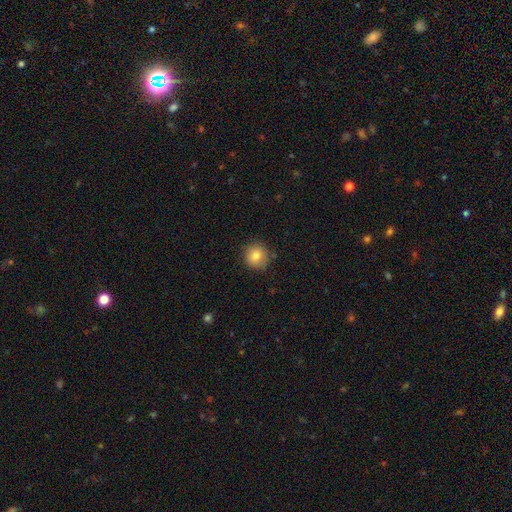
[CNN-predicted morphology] This appears to be a smooth galaxy with no disk features (82%) that is round (92%). Merging: none (87%).